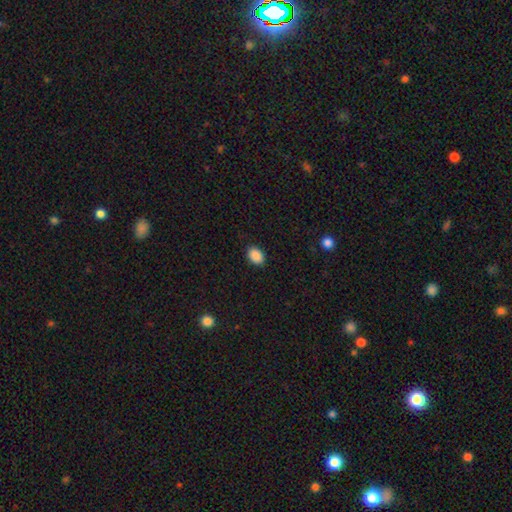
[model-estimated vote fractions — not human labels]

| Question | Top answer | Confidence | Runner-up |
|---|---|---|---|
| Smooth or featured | smooth | 90% | star or artifact (8%) |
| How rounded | in between | 79% | round (20%) |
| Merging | none | 89% | minor disturbance (8%) |